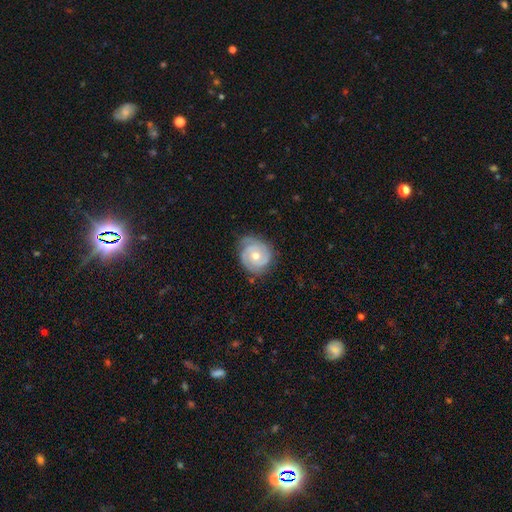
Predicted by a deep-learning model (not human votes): Smooth or featured? featured or disk (84%)
Edge-on disk? no (98%)
Bar? no (74%)
Spiral arms? yes (96%)
Spiral winding? tight (72%)
Spiral arm count? 2 (49%)
Bulge size? moderate (66%)
Merging? none (75%)